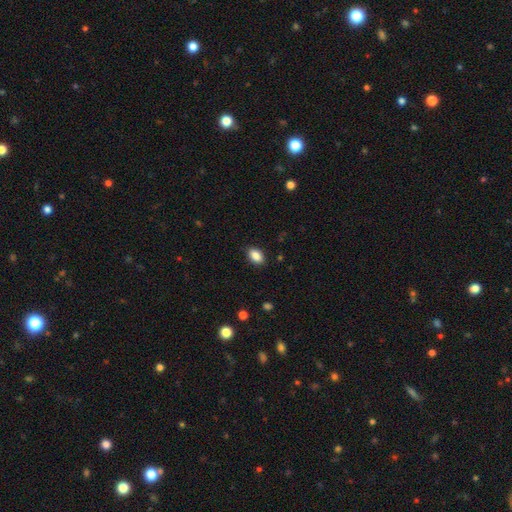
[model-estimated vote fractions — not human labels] smooth_or_featured: smooth (p=0.88) [alt: star or artifact p=0.08]
how_rounded: in between (p=0.89) [alt: round p=0.09]
merging: none (p=0.88) [alt: minor disturbance p=0.09]